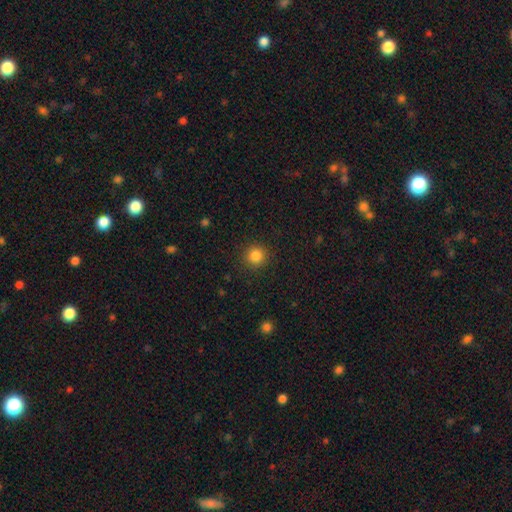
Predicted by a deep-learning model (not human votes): Q: Smooth or featured?
A: smooth (84%); runner-up: star or artifact (11%)
Q: How rounded?
A: round (93%); runner-up: in between (6%)
Q: Merging?
A: none (90%); runner-up: minor disturbance (6%)